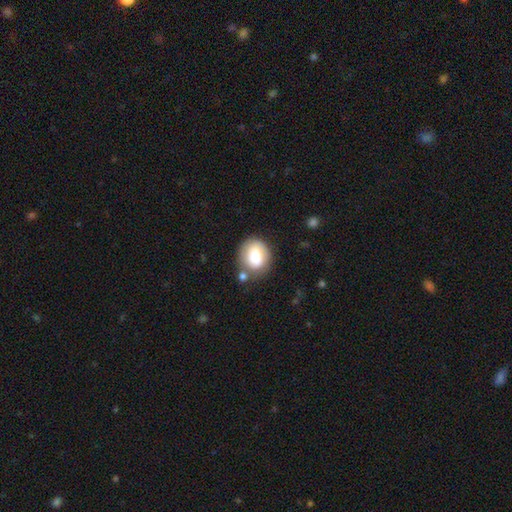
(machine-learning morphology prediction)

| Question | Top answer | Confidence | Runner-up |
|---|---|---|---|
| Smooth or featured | smooth | 72% | featured or disk (21%) |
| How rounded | round | 61% | in between (37%) |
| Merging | none | 60% | minor disturbance (20%) |